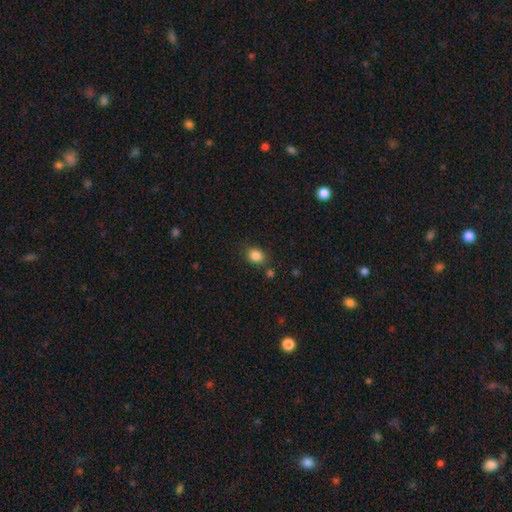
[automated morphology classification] Smooth or featured?
  - smooth: 85% *
  - star or artifact: 11%
  - featured or disk: 4%
How rounded?
  - round: 59% *
  - in between: 40%
  - cigar-shaped: 1%
Merging?
  - none: 80% *
  - minor disturbance: 12%
  - merger: 5%
  - major disturbance: 4%